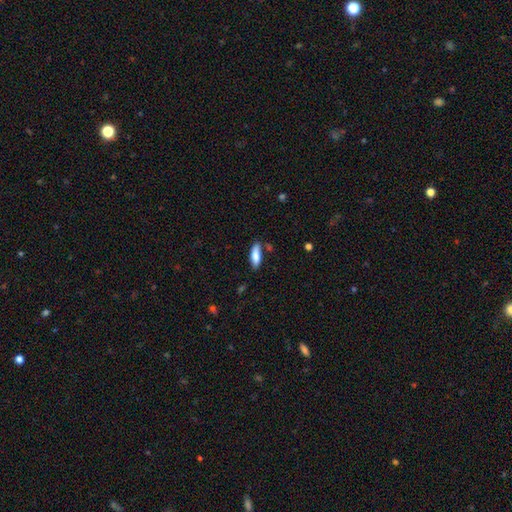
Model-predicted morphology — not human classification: Smooth or featured: smooth — 82% (featured or disk — 12%)
How rounded: in between — 61% (cigar-shaped — 37%)
Merging: none — 77% (minor disturbance — 15%)